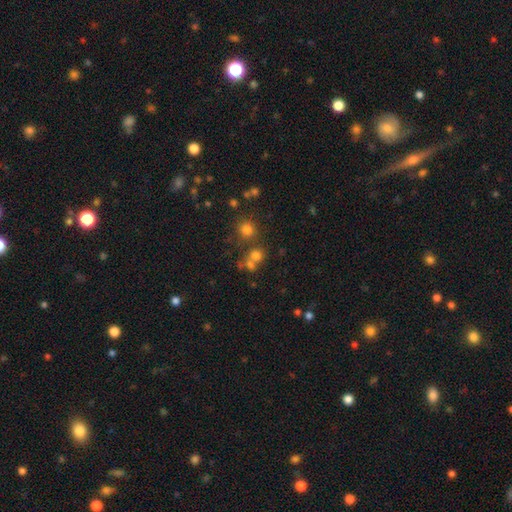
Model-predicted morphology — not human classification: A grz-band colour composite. It shows a smooth galaxy with no disk features (68%) that is round (85%). Merging: none (54%).